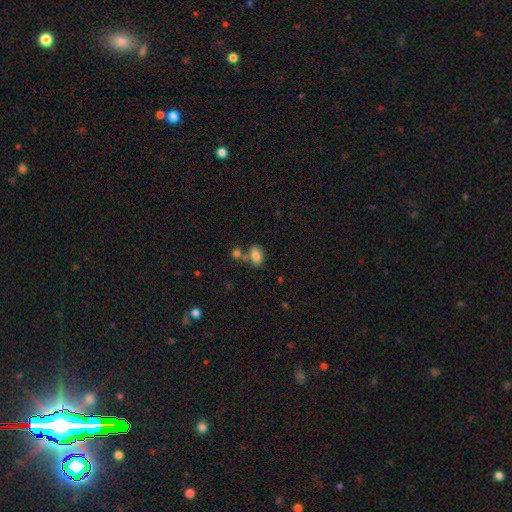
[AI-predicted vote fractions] Q: Smooth or featured?
A: smooth (79%); runner-up: featured or disk (11%)
Q: How rounded?
A: in between (87%); runner-up: round (10%)
Q: Merging?
A: none (51%); runner-up: merger (27%)